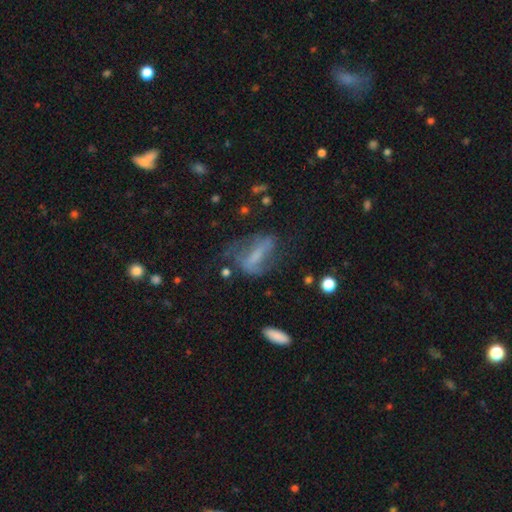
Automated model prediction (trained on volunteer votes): Smooth or featured? Predicted: featured or disk (p=0.52). Edge-on disk? Predicted: no (p=0.85). Merging? Predicted: none (p=0.42).